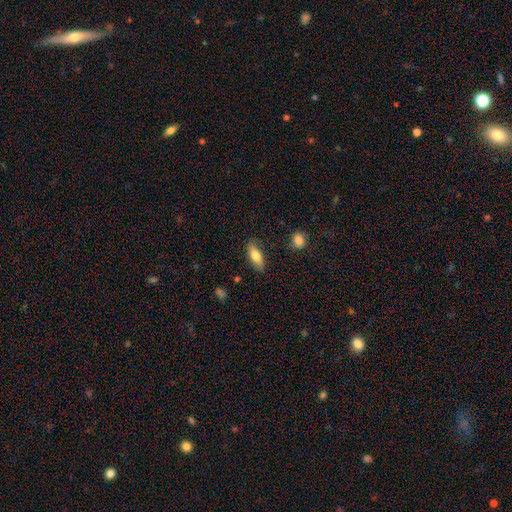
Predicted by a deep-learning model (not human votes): Overall: smooth (75%). How rounded: in between (74%). Merging: none (84%).